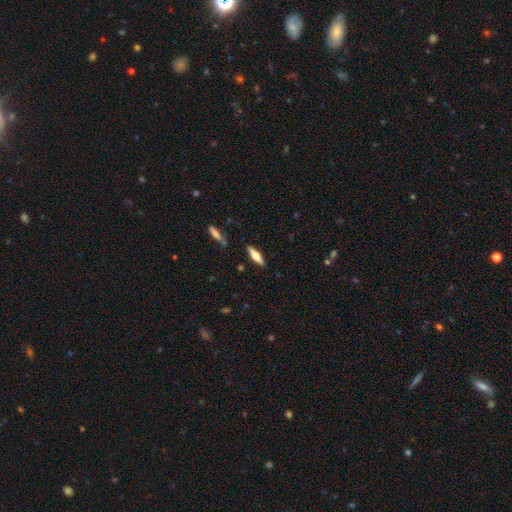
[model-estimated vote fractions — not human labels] Smooth or featured: smooth — 57% (featured or disk — 36%)
How rounded: cigar-shaped — 60% (in between — 38%)
Merging: none — 86% (minor disturbance — 9%)